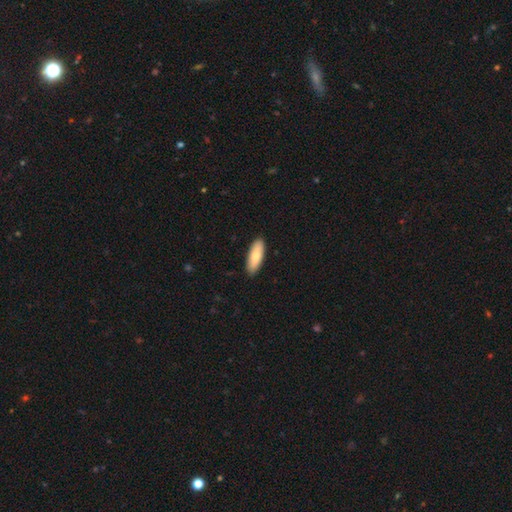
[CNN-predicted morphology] smooth 78%, featured or disk 17%, star or artifact 5%. Down the decision tree: how rounded — in between (65%); merging — none (90%).